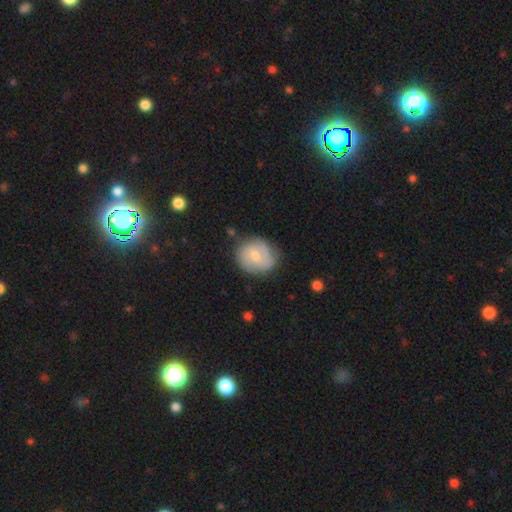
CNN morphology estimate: Smooth or featured? Predicted: featured or disk (p=0.48). Merging? Predicted: none (p=0.66).